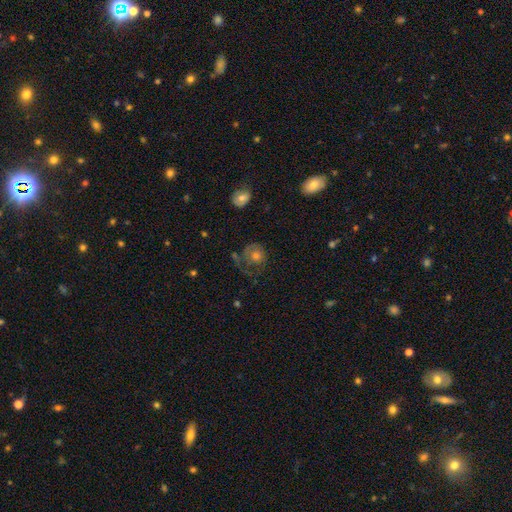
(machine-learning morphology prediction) Smooth or featured: smooth — 44% (tied with featured or disk — 44%)
Merging: none — 48% (major disturbance — 29%)